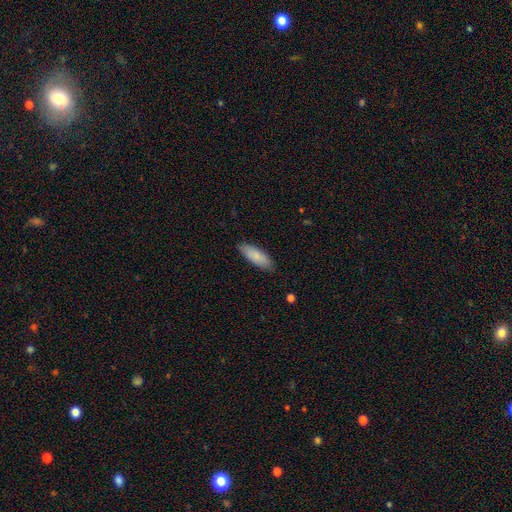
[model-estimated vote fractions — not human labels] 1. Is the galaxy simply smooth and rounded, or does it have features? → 85% smooth, 10% featured or disk, 5% star or artifact.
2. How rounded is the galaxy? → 67% in between, 32% cigar-shaped, 2% round.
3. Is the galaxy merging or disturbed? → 84% none, 13% minor disturbance, 2% major disturbance, 1% merger.